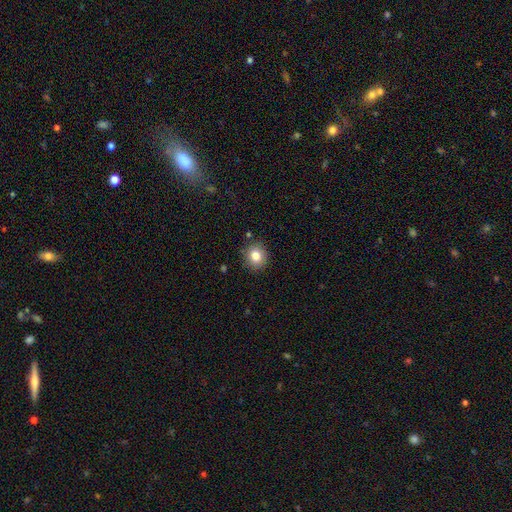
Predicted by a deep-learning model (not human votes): Q: Smooth or featured?
A: smooth (82%); runner-up: star or artifact (10%)
Q: How rounded?
A: round (75%); runner-up: in between (25%)
Q: Merging?
A: none (87%); runner-up: minor disturbance (9%)